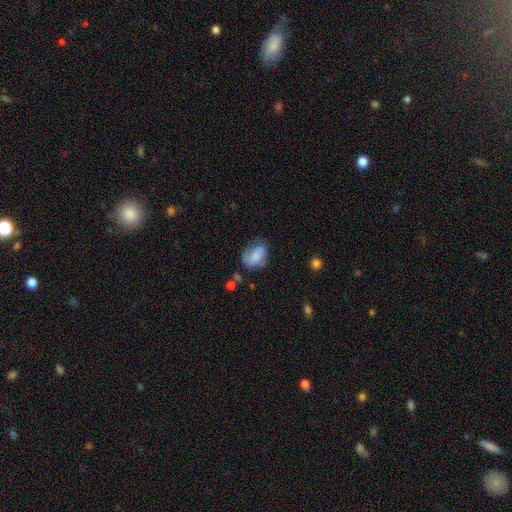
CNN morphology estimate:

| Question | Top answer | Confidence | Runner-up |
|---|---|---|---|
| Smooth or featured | smooth | 63% | featured or disk (29%) |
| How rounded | in between | 76% | round (22%) |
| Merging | none | 51% | minor disturbance (31%) |